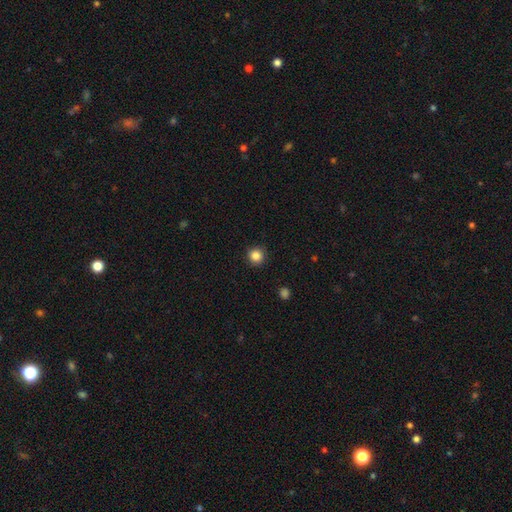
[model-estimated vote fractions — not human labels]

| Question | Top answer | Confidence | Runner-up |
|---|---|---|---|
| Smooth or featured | smooth | 85% | star or artifact (11%) |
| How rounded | round | 94% | in between (5%) |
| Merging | none | 91% | minor disturbance (6%) |